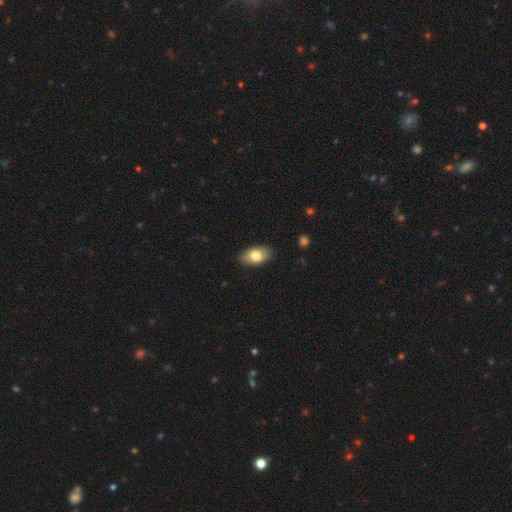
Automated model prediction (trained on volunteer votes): A smooth galaxy with no disk features (79%) that is in between round and cigar-shaped (92%).

Vote fractions:
- Smooth or featured? smooth: 79% / featured or disk: 14% / star or artifact: 7%
- How rounded? in between: 92% / round: 6% / cigar-shaped: 2%
- Merging? none: 87% / minor disturbance: 10% / major disturbance: 2% / merger: 1%